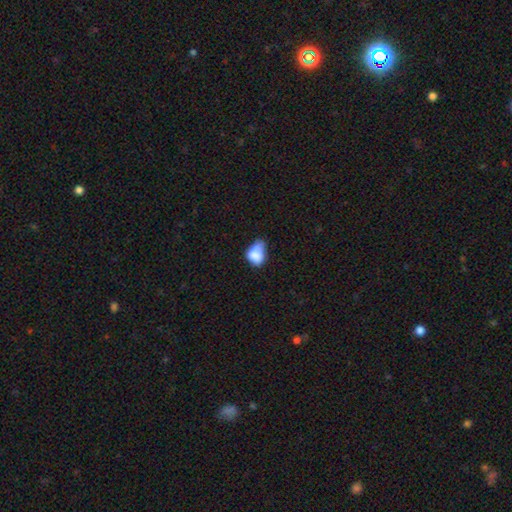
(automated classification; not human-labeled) smooth-or-featured: smooth: 77% | featured or disk: 13% | star or artifact: 9%
  how-rounded: in between: 77% | round: 21% | cigar-shaped: 1%
  merging: minor disturbance: 45% | none: 25% | major disturbance: 22% | merger: 9%